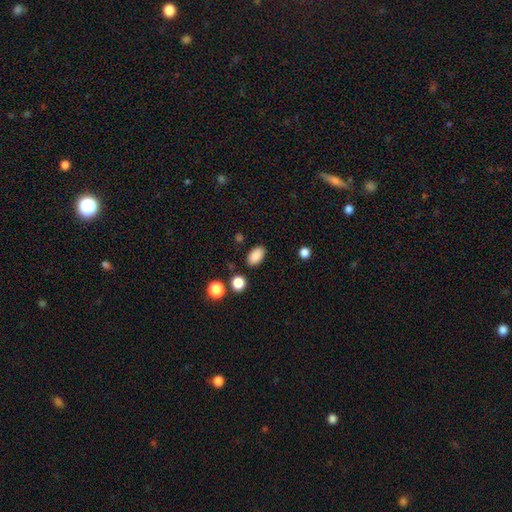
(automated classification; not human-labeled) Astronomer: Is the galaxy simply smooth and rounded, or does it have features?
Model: smooth — 88%.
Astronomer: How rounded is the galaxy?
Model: in between — 91%.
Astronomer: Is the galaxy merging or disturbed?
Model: none — 86%.